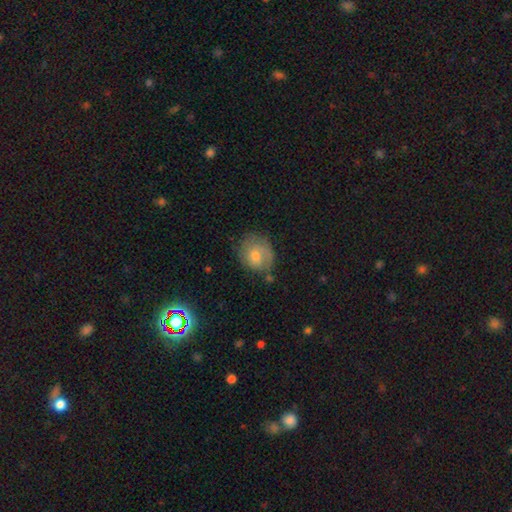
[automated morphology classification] smooth_or_featured: smooth (p=0.63) [alt: featured or disk p=0.27]
how_rounded: round (p=0.63) [alt: in between p=0.36]
merging: none (p=0.60) [alt: minor disturbance p=0.27]